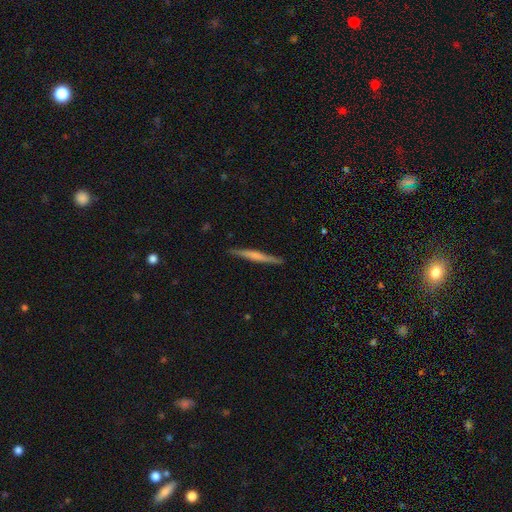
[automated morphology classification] Smooth or featured? Predicted: featured or disk (p=0.51). Edge-on disk? Predicted: yes (p=0.97). Merging? Predicted: none (p=0.88).